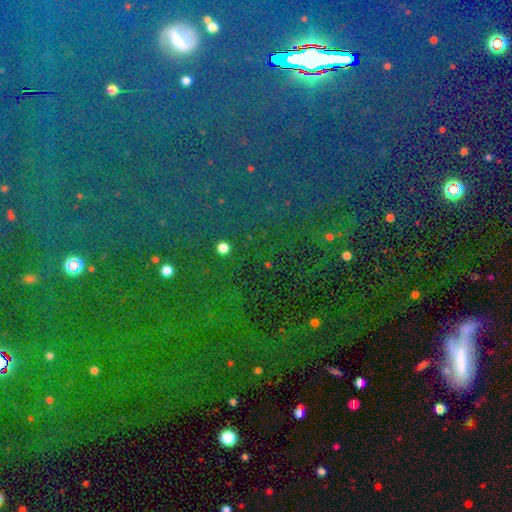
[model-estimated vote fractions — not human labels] smooth_or_featured: star or artifact (p=0.81) [alt: smooth p=0.11]